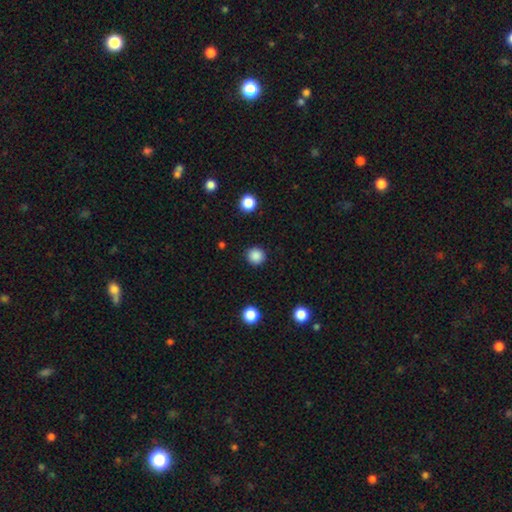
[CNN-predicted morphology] Q: Smooth or featured?
A: smooth (86%); runner-up: star or artifact (11%)
Q: How rounded?
A: round (95%); runner-up: in between (4%)
Q: Merging?
A: none (91%); runner-up: minor disturbance (5%)